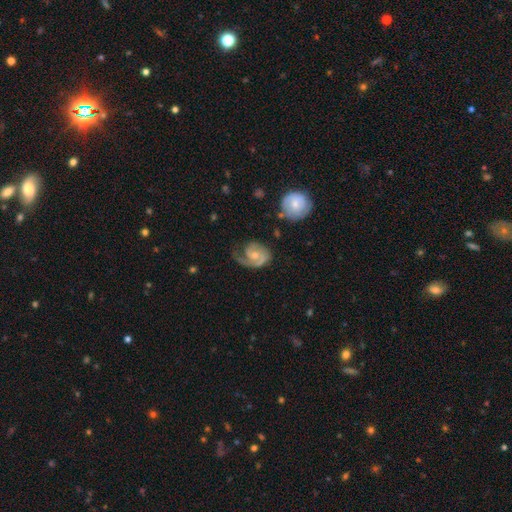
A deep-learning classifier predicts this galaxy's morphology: Smooth or featured? featured or disk (80%)
Edge-on disk? no (98%)
Bar? no (60%)
Spiral arms? yes (94%)
Spiral winding? medium (41%)
Spiral arm count? 1 (52%)
Bulge size? small (47%)
Merging? none (47%)